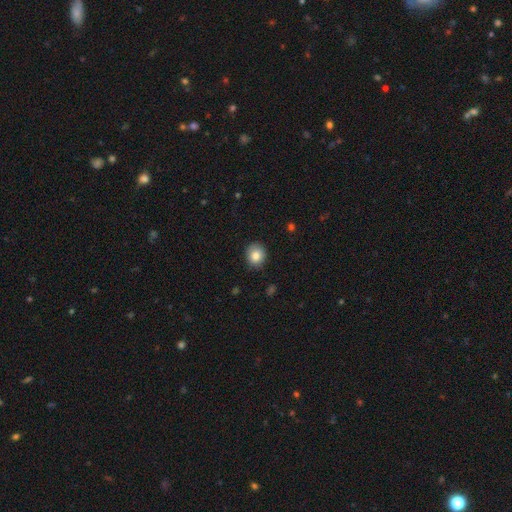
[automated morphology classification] Smooth or featured? smooth (84%)
How rounded? round (80%)
Merging? none (84%)